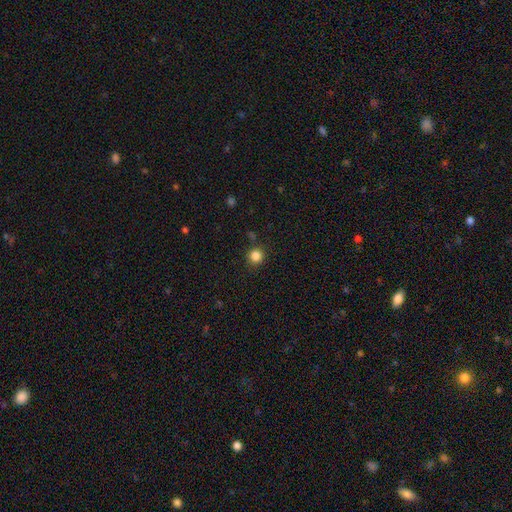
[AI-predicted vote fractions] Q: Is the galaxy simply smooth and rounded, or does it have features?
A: smooth — 84%.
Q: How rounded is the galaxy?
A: round — 94%.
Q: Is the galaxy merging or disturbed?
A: none — 88%.